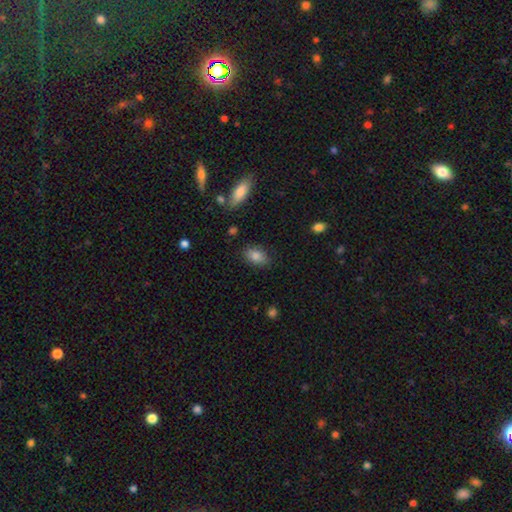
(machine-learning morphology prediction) smooth-or-featured: smooth: 84% | star or artifact: 8% | featured or disk: 8%
  how-rounded: in between: 88% | round: 9% | cigar-shaped: 3%
  merging: none: 80% | minor disturbance: 14% | major disturbance: 3% | merger: 2%